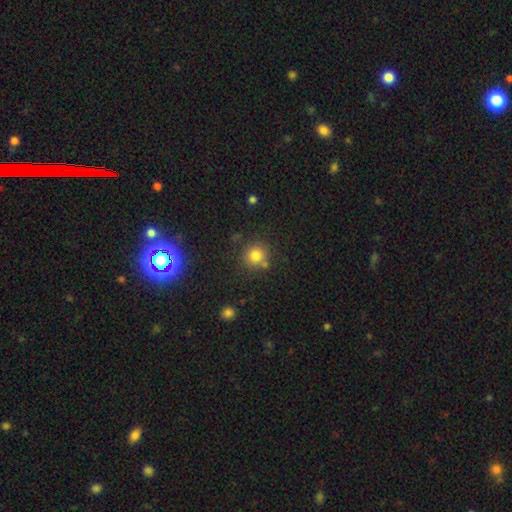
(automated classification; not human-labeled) The model was most divided on "merging": none: 74%, merger: 11%, minor disturbance: 11%, major disturbance: 4%. More confident: how rounded — round (90%); smooth or featured — smooth (79%).